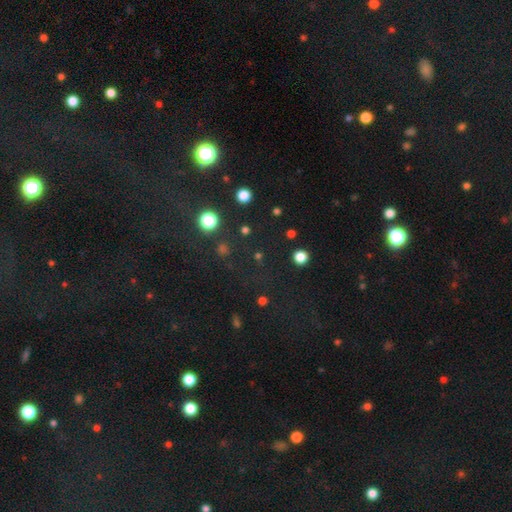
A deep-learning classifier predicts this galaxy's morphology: Smooth or featured: star or artifact — 66% (smooth — 24%)